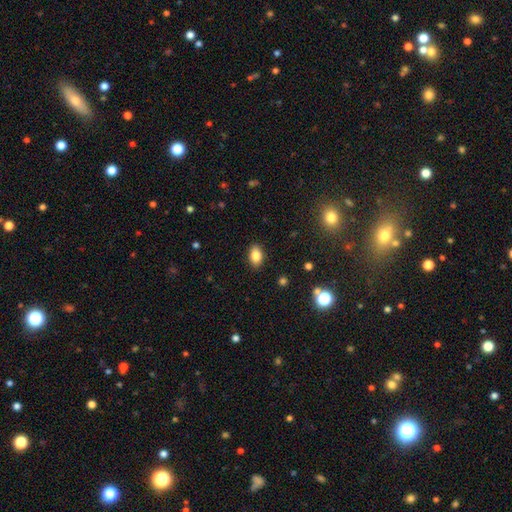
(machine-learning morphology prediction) This is clearly a smooth galaxy (83%). How rounded: clearly in between (89%). Merging: clearly none (88%).